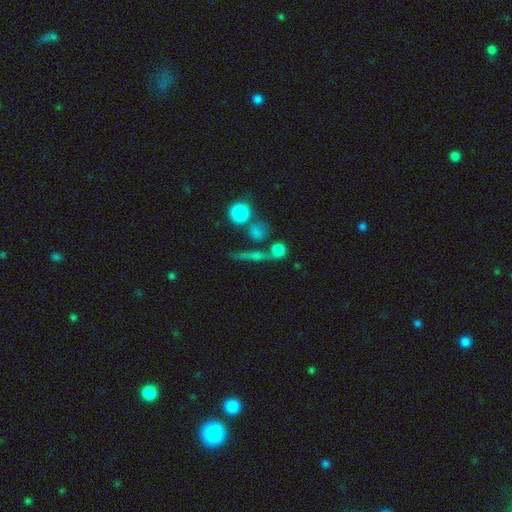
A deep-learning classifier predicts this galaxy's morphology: A smooth galaxy with no disk features (45%). Merging: none (63%).